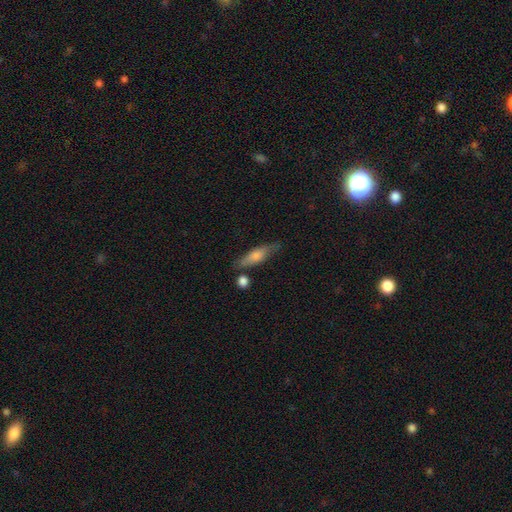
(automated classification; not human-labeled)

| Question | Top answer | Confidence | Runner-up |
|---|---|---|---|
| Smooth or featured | featured or disk | 46% | smooth (44%) |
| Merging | none | 77% | minor disturbance (15%) |